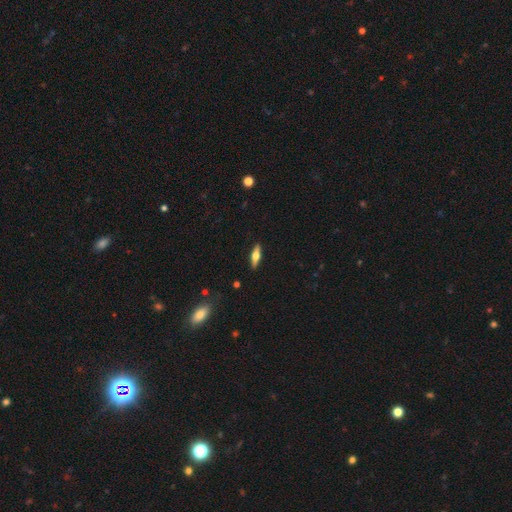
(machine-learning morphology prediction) Q: Smooth or featured?
A: featured or disk (52%); runner-up: smooth (42%)
Q: Edge-on disk?
A: yes (93%); runner-up: no (7%)
Q: Merging?
A: none (90%); runner-up: minor disturbance (7%)